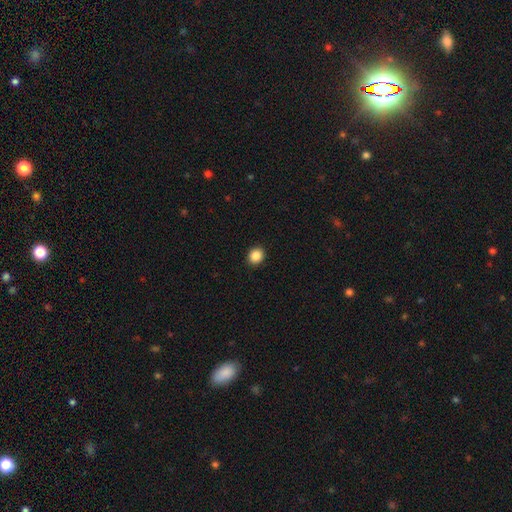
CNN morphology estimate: smooth_or_featured: smooth (p=0.88) [alt: star or artifact p=0.09]
how_rounded: round (p=0.70) [alt: in between p=0.29]
merging: none (p=0.92) [alt: minor disturbance p=0.06]